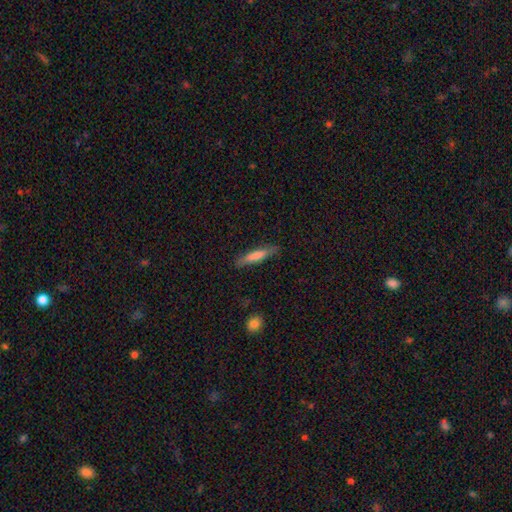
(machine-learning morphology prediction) A smooth galaxy with no disk features (65%) that is cigar-shaped (89%). Merging: none (85%).